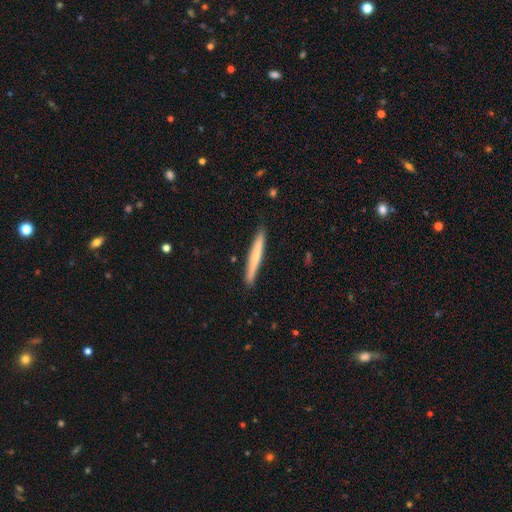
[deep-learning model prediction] The model was most divided on "smooth or featured": smooth: 64%, featured or disk: 30%, star or artifact: 6%. More confident: how rounded — cigar-shaped (97%); merging — none (90%).